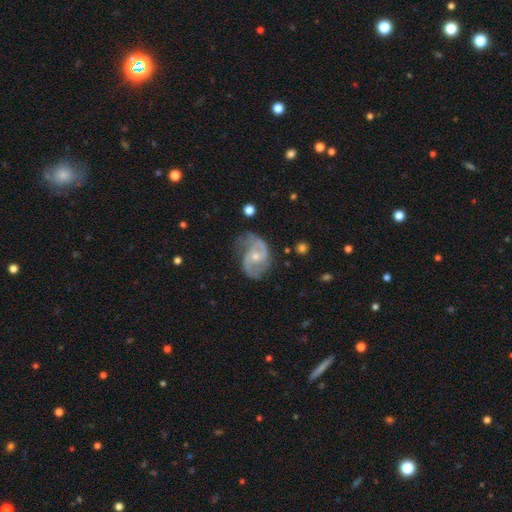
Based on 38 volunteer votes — A featured or disk galaxy (92%) with no bar (52%), 2 (86%) medium (66%) spiral arms (88%) and a small central bulge (64%). Merging: none (50%).